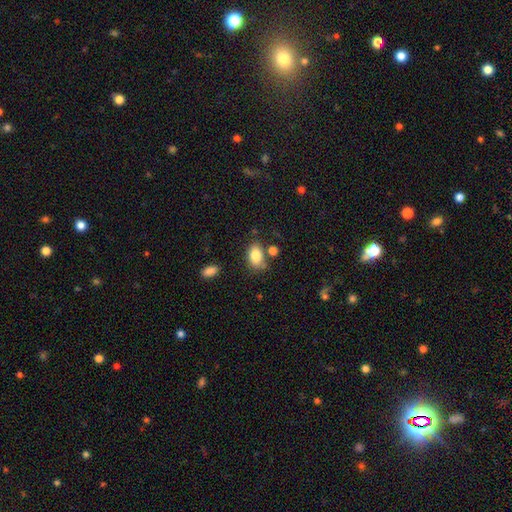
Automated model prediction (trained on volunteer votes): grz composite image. It shows a smooth galaxy with no disk features (83%) that is in between round and cigar-shaped (87%). Merging: none (65%).